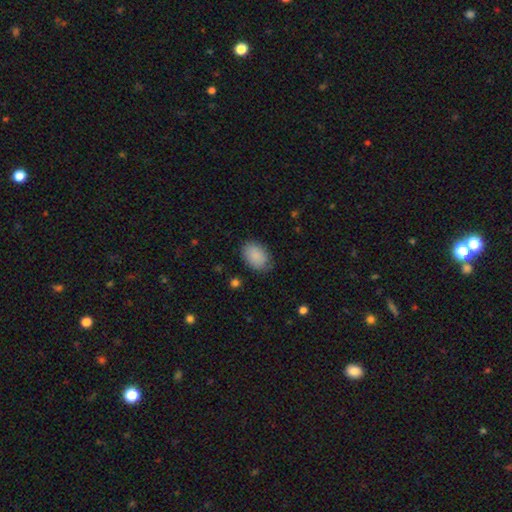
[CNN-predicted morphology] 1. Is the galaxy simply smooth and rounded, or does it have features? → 87% smooth, 6% star or artifact, 6% featured or disk.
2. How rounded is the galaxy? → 85% in between, 14% round, 1% cigar-shaped.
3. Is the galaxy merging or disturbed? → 76% none, 18% minor disturbance, 4% major disturbance, 1% merger.